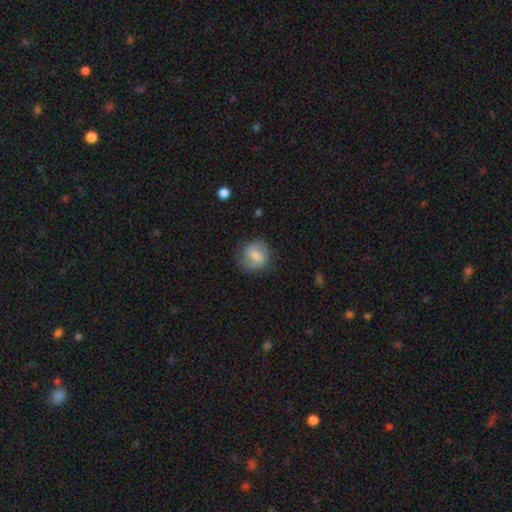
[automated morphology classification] Smooth or featured? Predicted: smooth (p=0.64). How rounded? Predicted: round (p=0.81). Merging? Predicted: none (p=0.74).